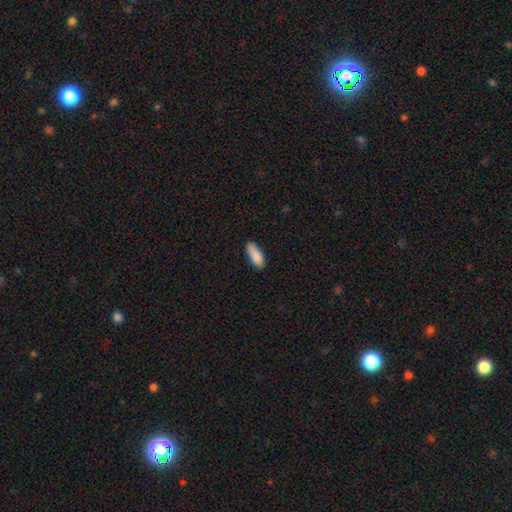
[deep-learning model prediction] This appears to be a smooth galaxy with no disk features (88%) that is in between round and cigar-shaped (70%). Merging: none (77%).